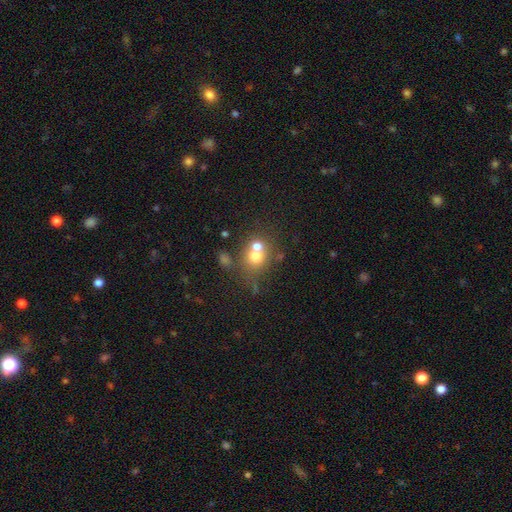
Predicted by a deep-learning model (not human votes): Smooth or featured: smooth — 66% (featured or disk — 19%)
How rounded: round — 76% (in between — 23%)
Merging: merger — 50% (none — 38%)